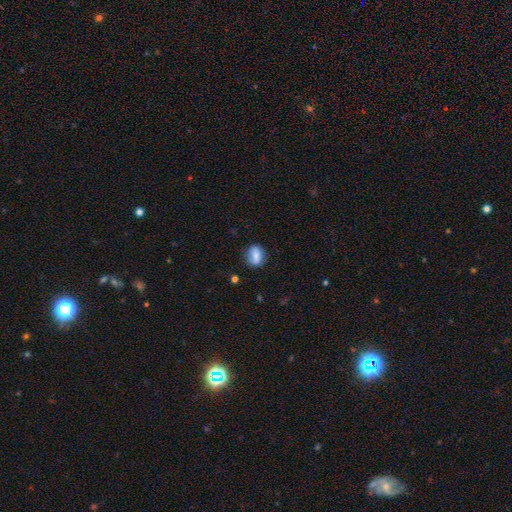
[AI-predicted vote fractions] smooth-or-featured: smooth: 76% | featured or disk: 15% | star or artifact: 8%
  how-rounded: in between: 57% | round: 40% | cigar-shaped: 3%
  merging: none: 78% | minor disturbance: 16% | major disturbance: 4% | merger: 2%